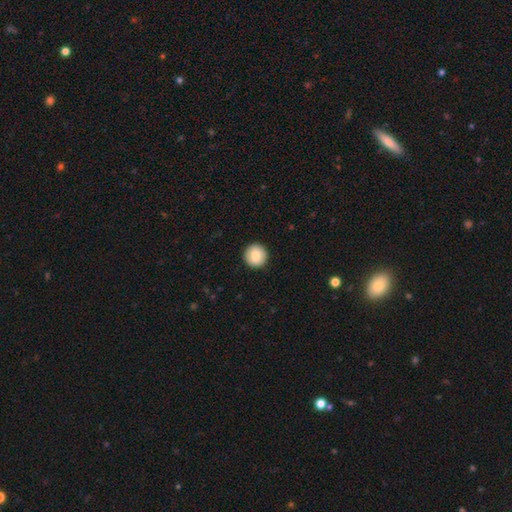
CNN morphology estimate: Overall: smooth (85%). How rounded: round (95%). Merging: none (92%).